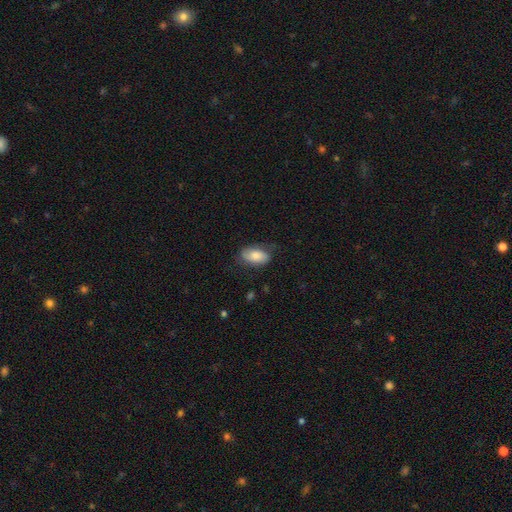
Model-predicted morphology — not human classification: smooth_or_featured: smooth (p=0.74) [alt: featured or disk p=0.20]
how_rounded: in between (p=0.92) [alt: round p=0.05]
merging: none (p=0.67) [alt: minor disturbance p=0.24]